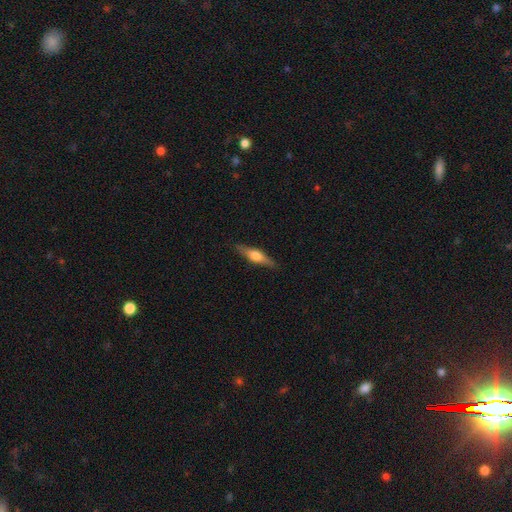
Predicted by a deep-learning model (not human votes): A featured or disk galaxy (57%) viewed edge-on (95%) with a rounded central bulge (91%).

Vote fractions:
- Smooth or featured? featured or disk: 57% / smooth: 37% / star or artifact: 6%
- Edge-on disk? yes: 95% / no: 5%
- Edge-on bulge? rounded: 91% / boxy: 6% / none: 3%
- Merging? none: 88% / minor disturbance: 9% / major disturbance: 2% / merger: 1%